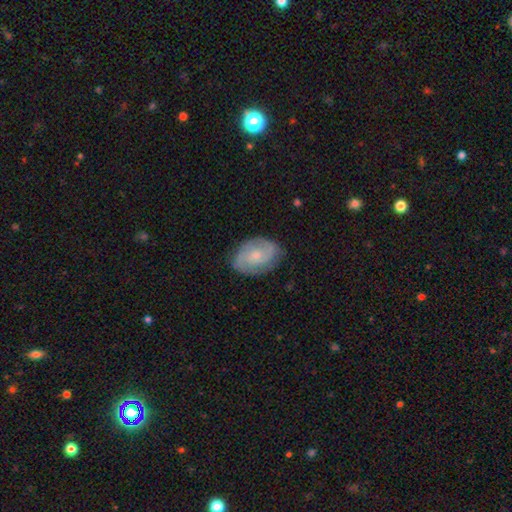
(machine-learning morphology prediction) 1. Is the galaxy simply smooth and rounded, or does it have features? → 72% featured or disk, 22% smooth, 6% star or artifact.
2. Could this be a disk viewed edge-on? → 97% no, 3% yes.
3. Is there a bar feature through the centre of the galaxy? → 63% no, 32% weak, 4% strong.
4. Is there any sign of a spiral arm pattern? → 93% yes, 7% no.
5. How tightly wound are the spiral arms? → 44% tight, 43% medium, 13% loose.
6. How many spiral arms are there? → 75% 2, 12% can't tell, 7% 3, 2% 1, 2% 4, 2% more than 4.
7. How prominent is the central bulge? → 57% small, 34% moderate, 6% none, 2% large, 1% dominant.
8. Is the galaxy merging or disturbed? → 79% none, 15% minor disturbance, 4% major disturbance, 1% merger.